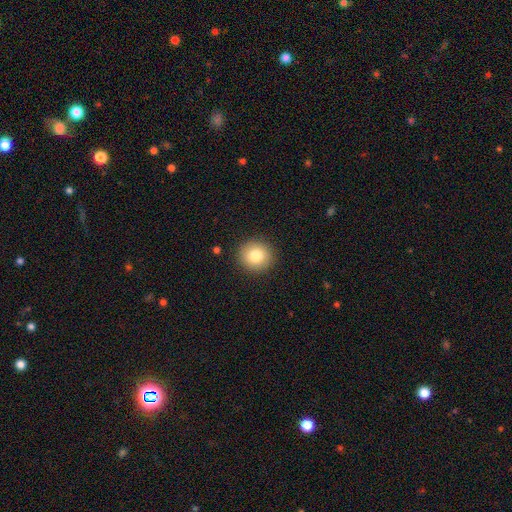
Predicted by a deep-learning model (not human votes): smooth 81%, star or artifact 10%, featured or disk 9%. Down the decision tree: how rounded — round (91%); merging — none (91%).